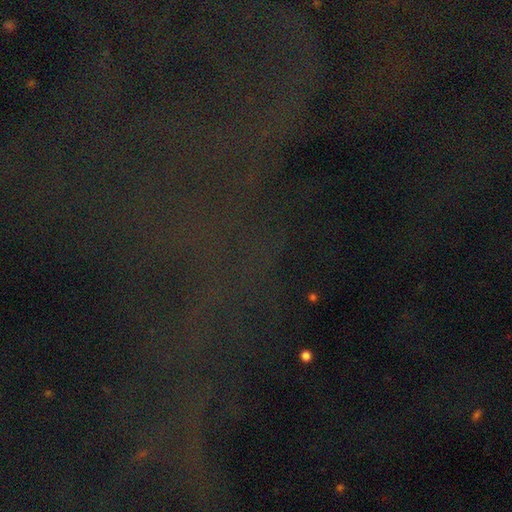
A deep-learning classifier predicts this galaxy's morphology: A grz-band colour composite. It shows a star or artifact, not a galaxy (78%).